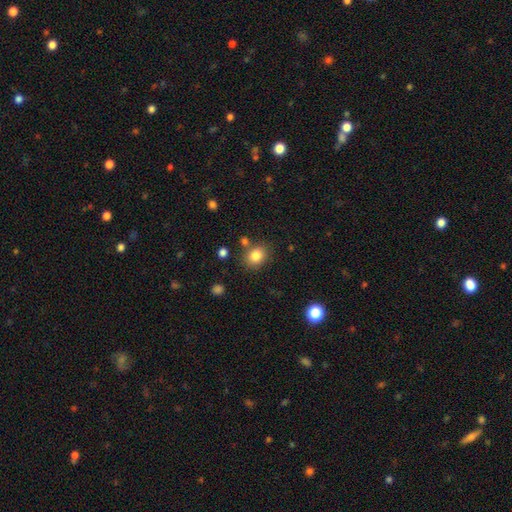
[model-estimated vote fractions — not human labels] smooth_or_featured: smooth (p=0.83) [alt: star or artifact p=0.10]
how_rounded: round (p=0.55) [alt: in between p=0.44]
merging: none (p=0.76) [alt: minor disturbance p=0.12]